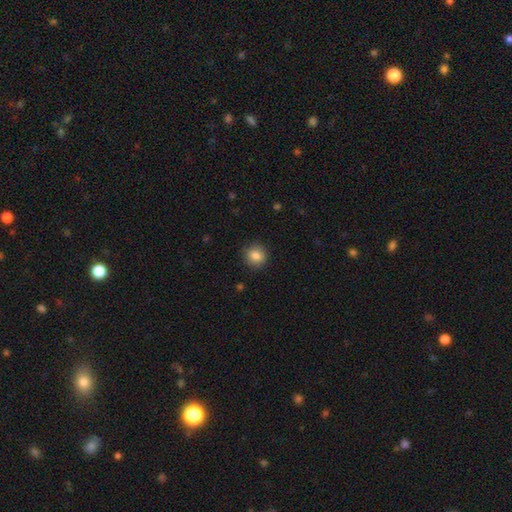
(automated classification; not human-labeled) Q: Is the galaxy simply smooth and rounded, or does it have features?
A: smooth — 84%.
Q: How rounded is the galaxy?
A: round — 87%.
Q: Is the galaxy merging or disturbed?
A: none — 90%.